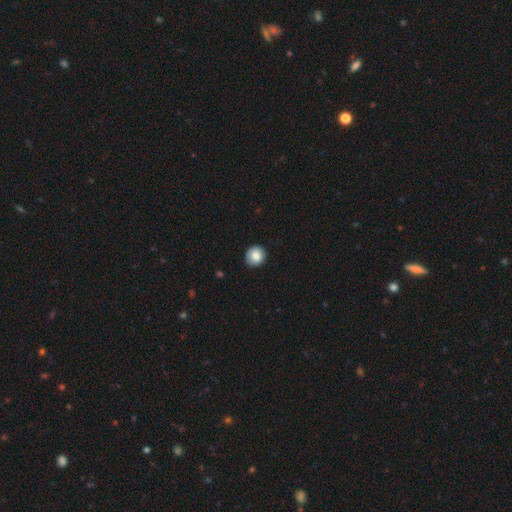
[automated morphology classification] A smooth galaxy with no disk features (85%) that is round (91%).

Vote fractions:
- Smooth or featured? smooth: 85% / star or artifact: 8% / featured or disk: 7%
- How rounded? round: 91% / in between: 8% / cigar-shaped: 1%
- Merging? none: 89% / minor disturbance: 8% / major disturbance: 2% / merger: 1%